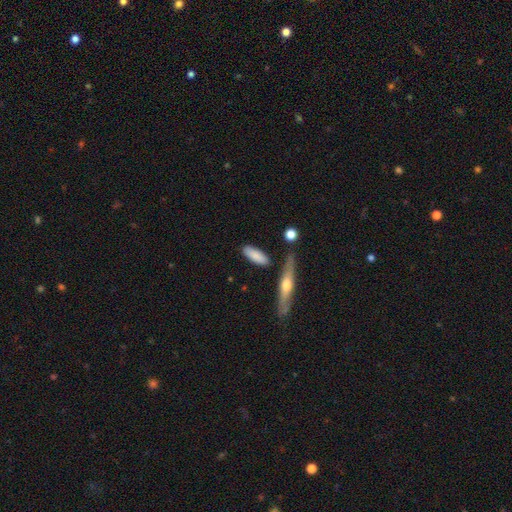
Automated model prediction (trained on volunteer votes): smooth-or-featured: smooth: 80% | featured or disk: 14% | star or artifact: 6%
  how-rounded: in between: 63% | cigar-shaped: 34% | round: 2%
  merging: none: 75% | minor disturbance: 15% | merger: 6% | major disturbance: 4%